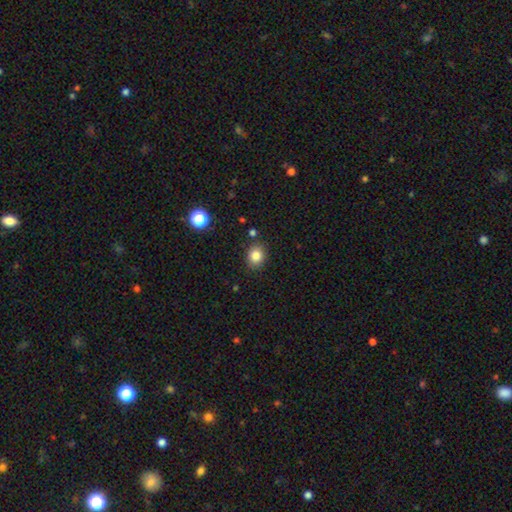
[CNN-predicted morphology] This appears to be a smooth galaxy with no disk features (83%) that is round (61%). Merging: none (83%).